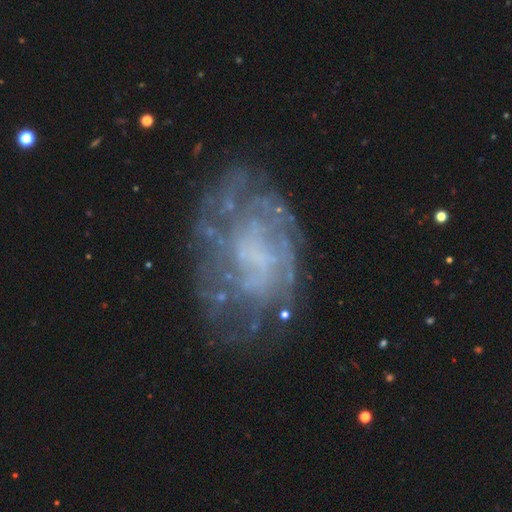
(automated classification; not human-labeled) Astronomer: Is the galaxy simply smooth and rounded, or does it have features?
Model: featured or disk — 77%.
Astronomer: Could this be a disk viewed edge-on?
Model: no — 97%.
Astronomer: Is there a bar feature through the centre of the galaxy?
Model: no — 69%.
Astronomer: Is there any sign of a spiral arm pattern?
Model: yes — 75%.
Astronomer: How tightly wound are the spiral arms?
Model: tight — 53% (runner-up: medium, 32%).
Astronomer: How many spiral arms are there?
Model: can't tell — 59%.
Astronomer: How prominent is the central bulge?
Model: none — 62%.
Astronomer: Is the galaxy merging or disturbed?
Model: none — 65%.